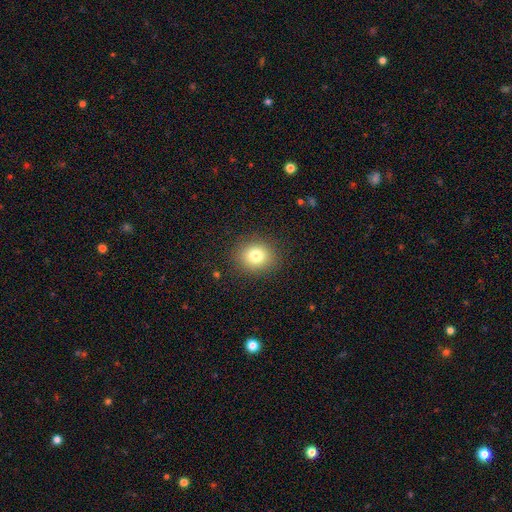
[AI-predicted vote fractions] Q: Smooth or featured?
A: smooth (80%); runner-up: star or artifact (12%)
Q: How rounded?
A: round (75%); runner-up: in between (24%)
Q: Merging?
A: none (89%); runner-up: minor disturbance (7%)